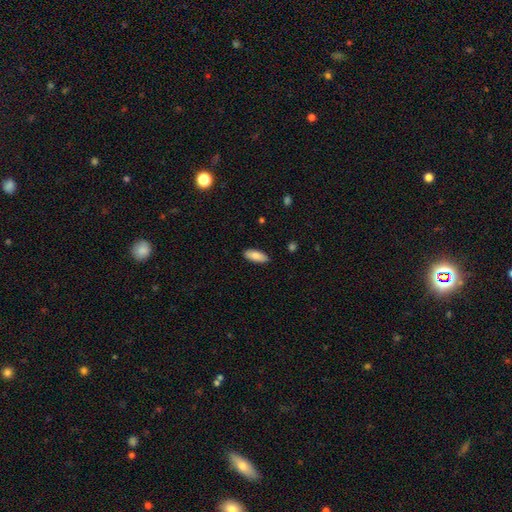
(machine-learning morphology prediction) Q: Smooth or featured?
A: smooth (85%); runner-up: featured or disk (9%)
Q: How rounded?
A: in between (78%); runner-up: cigar-shaped (20%)
Q: Merging?
A: none (88%); runner-up: minor disturbance (9%)